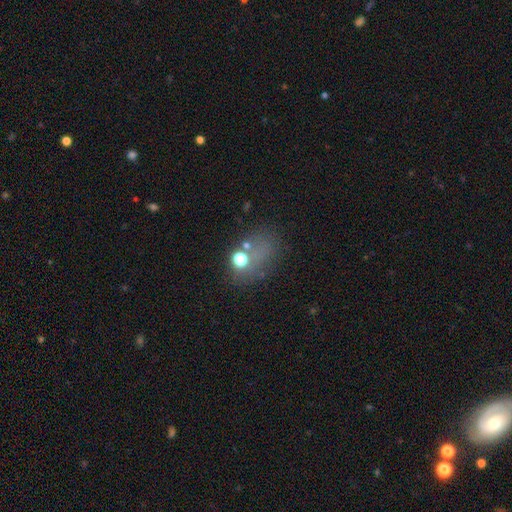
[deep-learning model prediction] A smooth galaxy with no disk features (46%). Merging: none (51%).